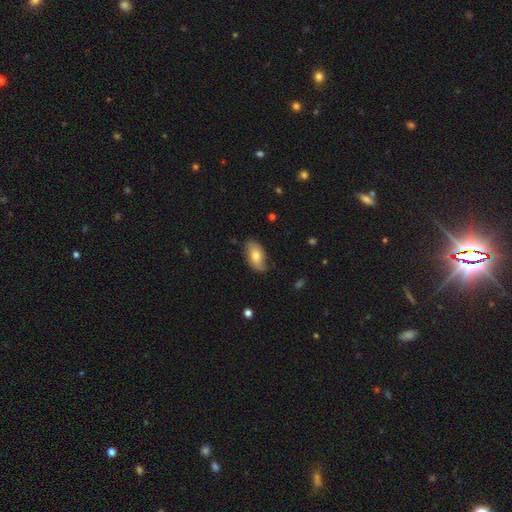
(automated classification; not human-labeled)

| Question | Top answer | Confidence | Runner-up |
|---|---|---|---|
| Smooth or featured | smooth | 70% | featured or disk (24%) |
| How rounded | in between | 93% | round (4%) |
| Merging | none | 75% | minor disturbance (20%) |